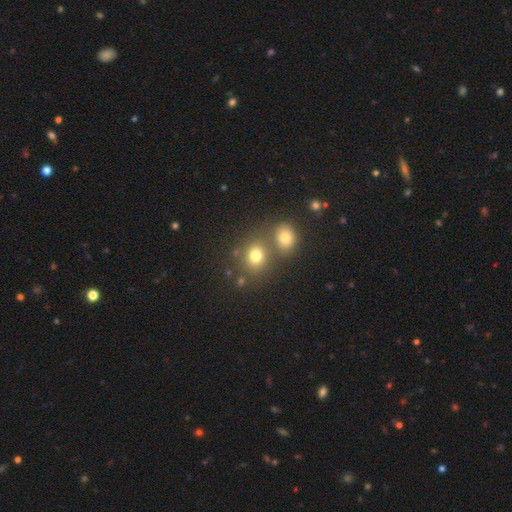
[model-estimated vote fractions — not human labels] The model was most divided on "merging": none: 58%, merger: 30%, minor disturbance: 9%, major disturbance: 4%. More confident: smooth or featured — smooth (75%); how rounded — round (72%).